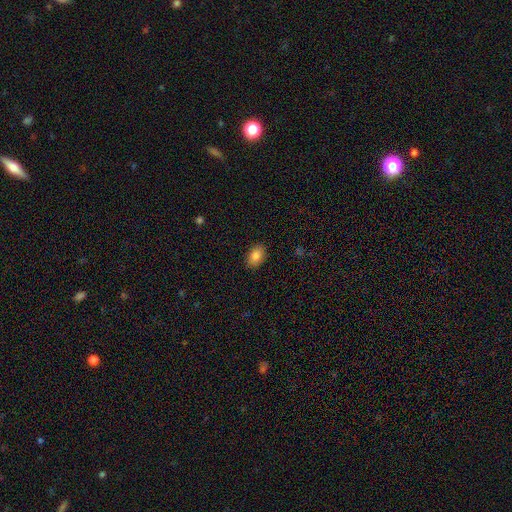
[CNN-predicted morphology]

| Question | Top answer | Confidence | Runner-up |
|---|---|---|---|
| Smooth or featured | smooth | 86% | star or artifact (8%) |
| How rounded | in between | 86% | round (12%) |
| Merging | none | 88% | minor disturbance (9%) |